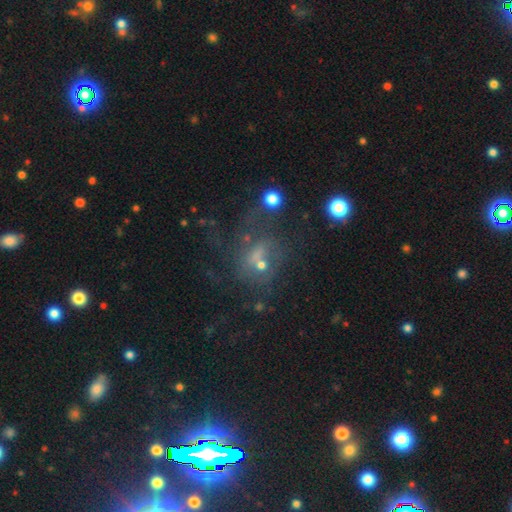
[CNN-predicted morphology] A featured or disk galaxy (40%).

Vote fractions:
- Smooth or featured? featured or disk: 40% / star or artifact: 32% / smooth: 28%
- Merging? none: 39% / major disturbance: 31% / minor disturbance: 16% / merger: 14%